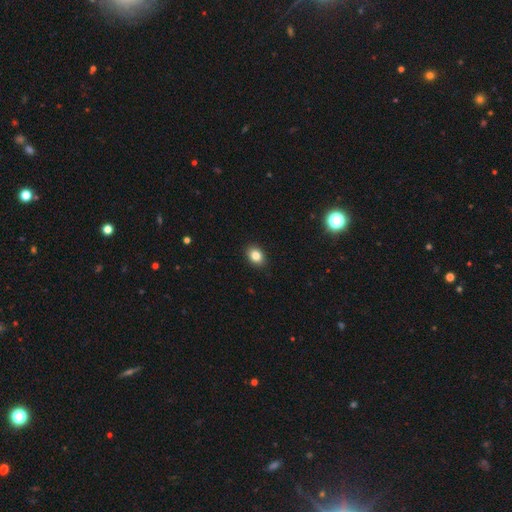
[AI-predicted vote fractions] This appears to be a smooth galaxy with no disk features (84%) that is in between round and cigar-shaped (70%). Merging: none (90%).